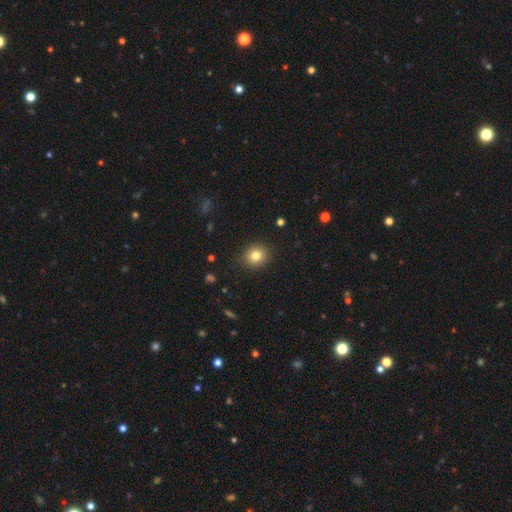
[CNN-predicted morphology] smooth 81%, star or artifact 11%, featured or disk 8%. Down the decision tree: how rounded — round (85%); merging — none (90%).